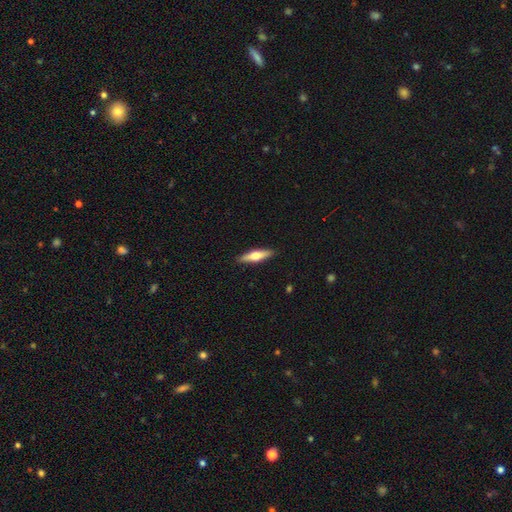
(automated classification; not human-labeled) Smooth or featured? Predicted: smooth (p=0.52). How rounded? Predicted: cigar-shaped (p=0.70). Merging? Predicted: none (p=0.90).